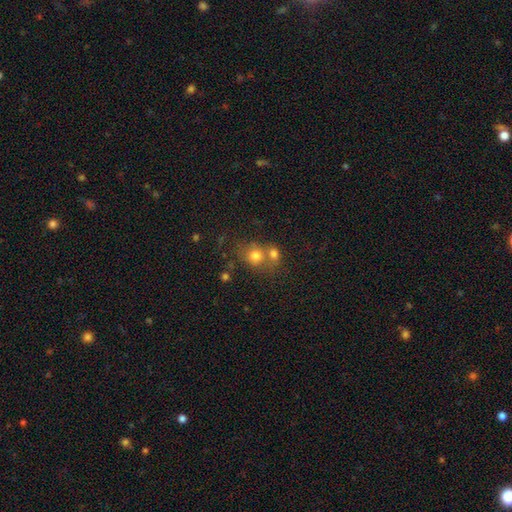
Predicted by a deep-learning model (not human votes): This is likely a smooth galaxy (75%). How rounded: likely round (74%). Merging: marginally merger (44%).